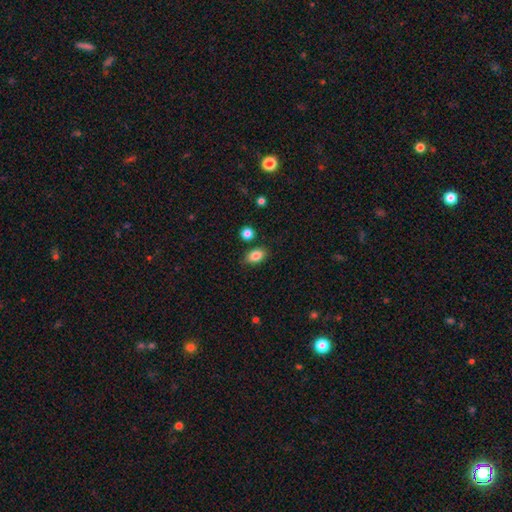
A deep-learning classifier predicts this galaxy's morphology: A smooth galaxy with no disk features (85%) that is in between round and cigar-shaped (85%). Merging: none (81%).